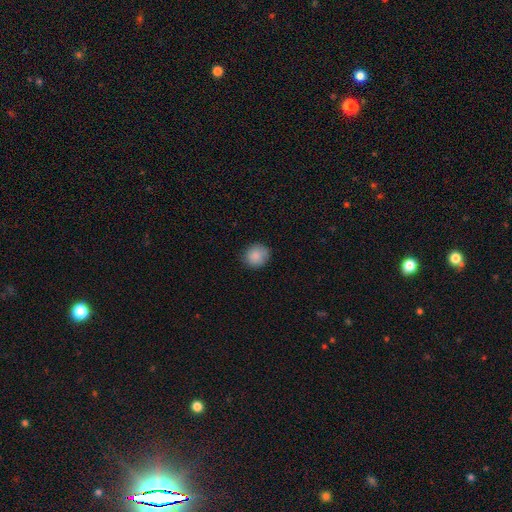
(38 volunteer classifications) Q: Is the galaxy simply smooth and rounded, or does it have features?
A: smooth — 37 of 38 (97%).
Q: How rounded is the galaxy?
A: round — 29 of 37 (78%).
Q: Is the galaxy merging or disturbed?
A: none — 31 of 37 (84%).